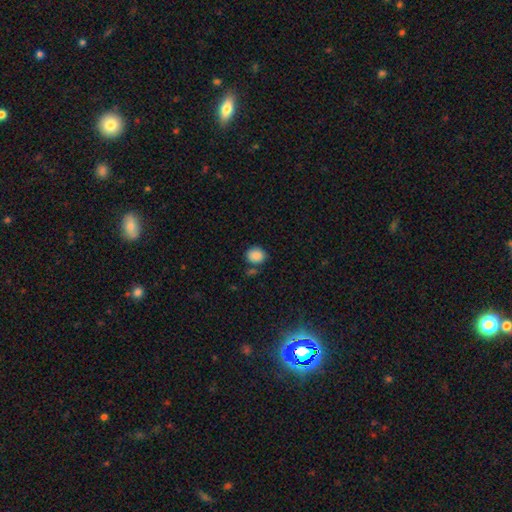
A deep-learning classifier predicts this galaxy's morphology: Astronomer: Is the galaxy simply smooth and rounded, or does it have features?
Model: smooth — 87%.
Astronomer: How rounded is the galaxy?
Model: round — 67%.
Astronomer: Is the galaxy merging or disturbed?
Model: none — 74%.